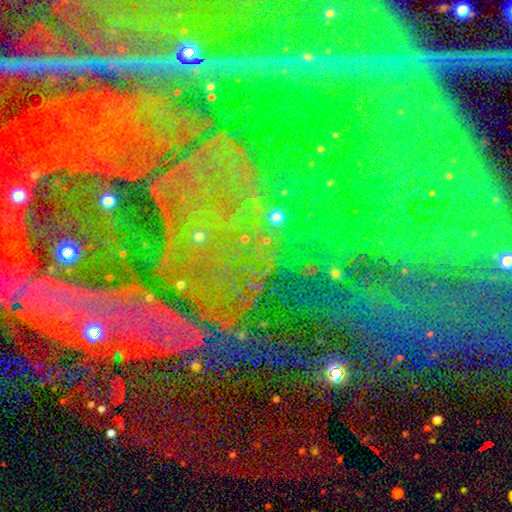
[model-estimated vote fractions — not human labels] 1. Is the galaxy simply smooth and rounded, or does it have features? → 86% star or artifact, 8% featured or disk, 6% smooth.